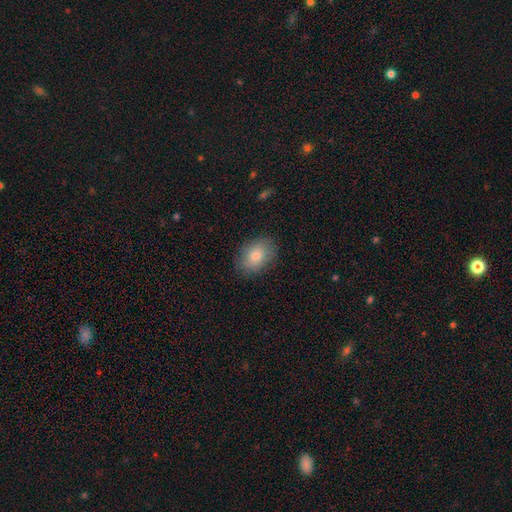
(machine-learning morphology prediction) The model was most divided on "how rounded": in between: 78%, round: 21%, cigar-shaped: 1%. More confident: merging — none (86%); smooth or featured — smooth (79%).